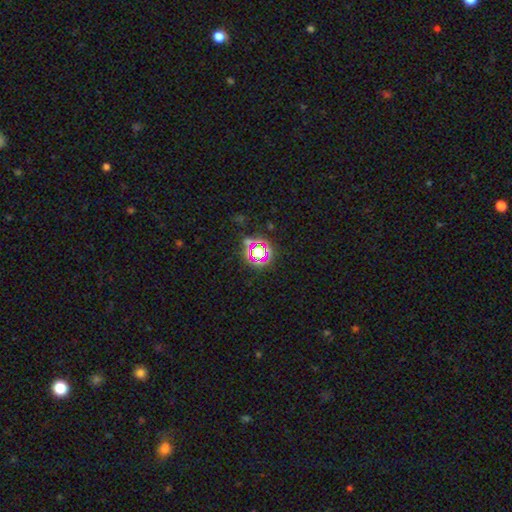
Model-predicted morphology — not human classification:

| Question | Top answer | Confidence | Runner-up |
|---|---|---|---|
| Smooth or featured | star or artifact | 63% | smooth (25%) |